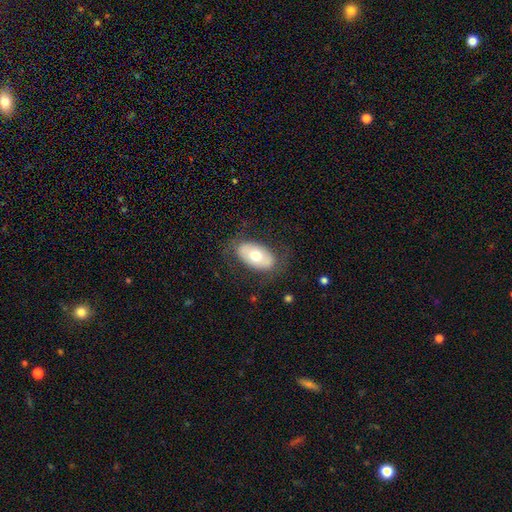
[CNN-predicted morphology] A smooth galaxy with no disk features (58%) that is in between round and cigar-shaped (93%). Merging: none (74%).